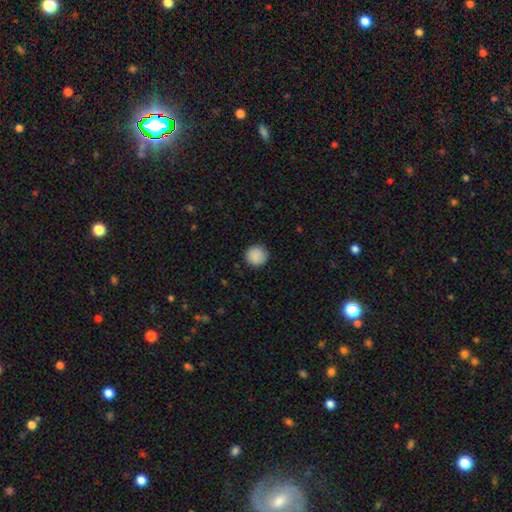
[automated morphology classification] This appears to be a smooth galaxy with no disk features (88%) that is round (94%). Merging: none (90%).